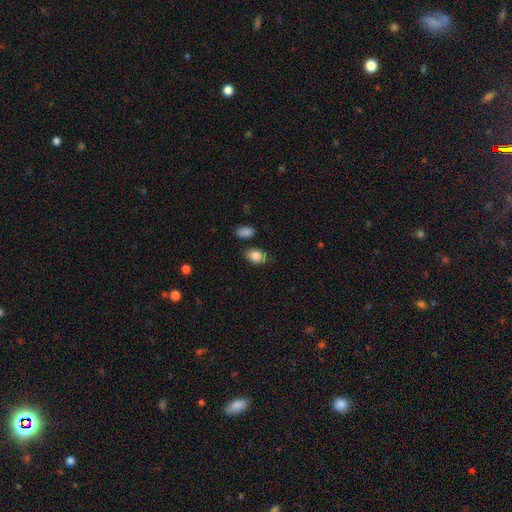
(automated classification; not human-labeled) Morphology: type=smooth (86%); roundness=in between (74%); merging=none (79%).